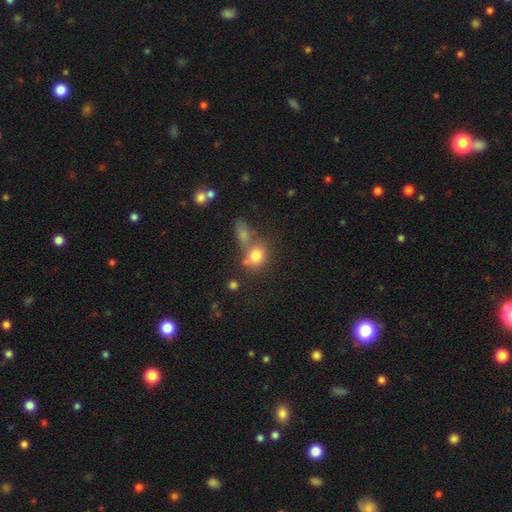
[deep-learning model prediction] smooth_or_featured: smooth (p=0.77) [alt: star or artifact p=0.12]
how_rounded: round (p=0.62) [alt: in between p=0.36]
merging: none (p=0.47) [alt: merger p=0.35]